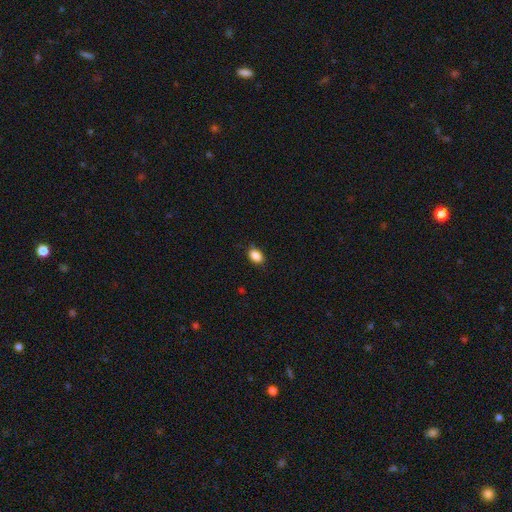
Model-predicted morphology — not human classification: A smooth galaxy with no disk features (88%) that is in between round and cigar-shaped (82%). Merging: none (81%).